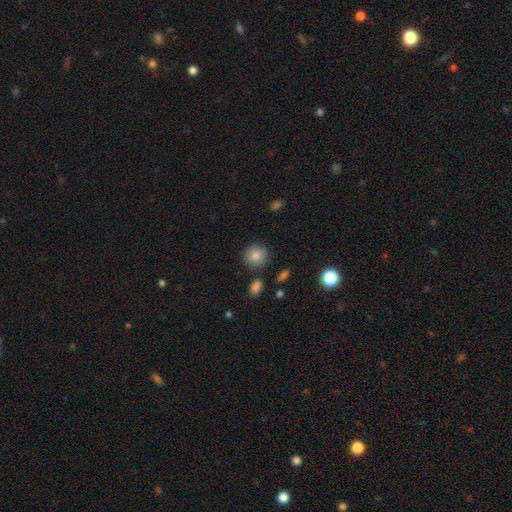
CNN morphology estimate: This appears to be a smooth galaxy with no disk features (85%) that is round (90%). Merging: none (84%).